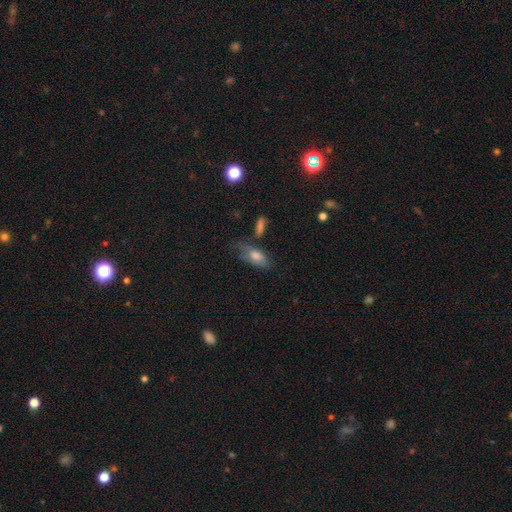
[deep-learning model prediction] This appears to be a smooth galaxy with no disk features (65%) that is in between round and cigar-shaped (81%). Merging: none (55%).